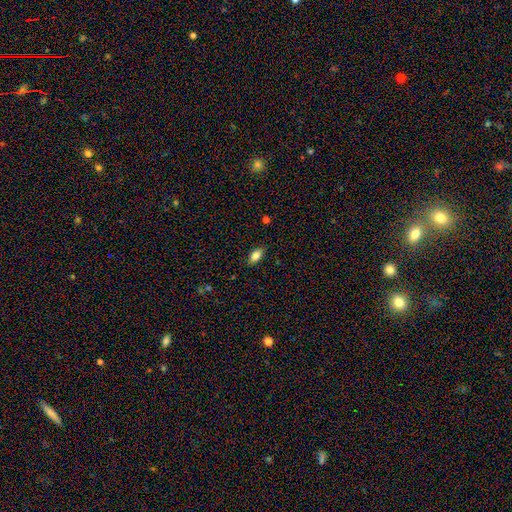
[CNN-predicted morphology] smooth 82%, featured or disk 10%, star or artifact 8%. Down the decision tree: how rounded — in between (89%); merging — none (85%).